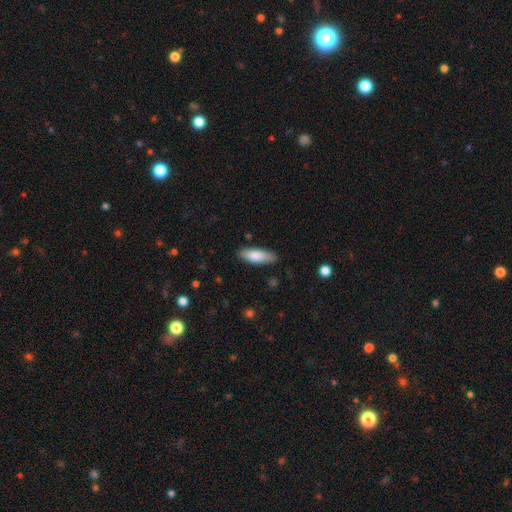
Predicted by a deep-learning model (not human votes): Morphology: type=smooth (81%); roundness=in between (55%); merging=none (85%).